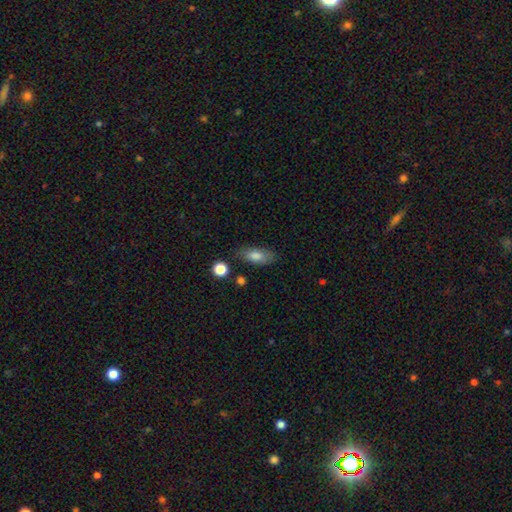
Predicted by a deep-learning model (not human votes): smooth 79%, featured or disk 13%, star or artifact 8%. Down the decision tree: how rounded — in between (82%); merging — none (74%).